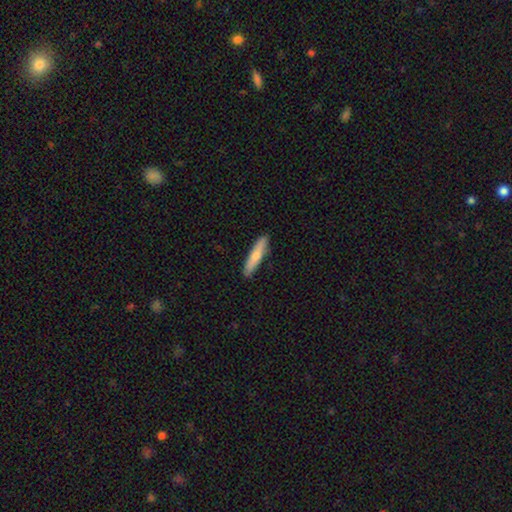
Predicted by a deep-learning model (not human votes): A smooth galaxy with no disk features (62%) that is cigar-shaped (88%).

Vote fractions:
- Smooth or featured? smooth: 62% / featured or disk: 32% / star or artifact: 6%
- How rounded? cigar-shaped: 88% / in between: 11% / round: 2%
- Merging? none: 90% / minor disturbance: 7% / major disturbance: 1% / merger: 1%